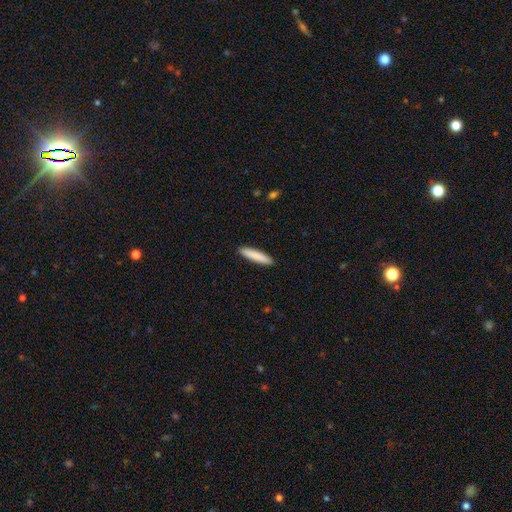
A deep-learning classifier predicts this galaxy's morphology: Smooth or featured?
  - smooth: 85% *
  - featured or disk: 10%
  - star or artifact: 5%
How rounded?
  - cigar-shaped: 90% *
  - in between: 9%
  - round: 1%
Merging?
  - none: 92% *
  - minor disturbance: 6%
  - major disturbance: 1%
  - merger: 1%